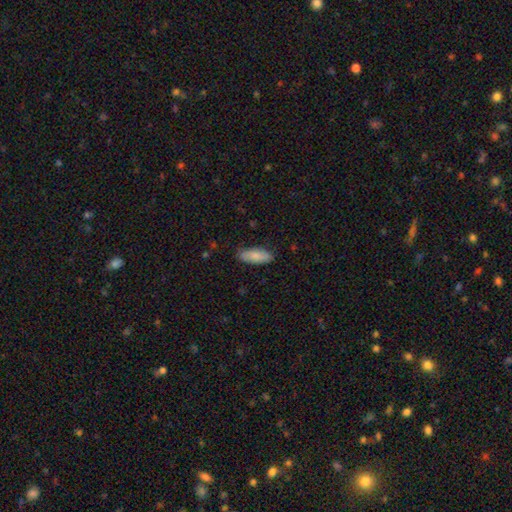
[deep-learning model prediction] Smooth or featured?
  - smooth: 83% *
  - featured or disk: 12%
  - star or artifact: 6%
How rounded?
  - in between: 76% *
  - cigar-shaped: 22%
  - round: 2%
Merging?
  - none: 84% *
  - minor disturbance: 13%
  - major disturbance: 2%
  - merger: 1%